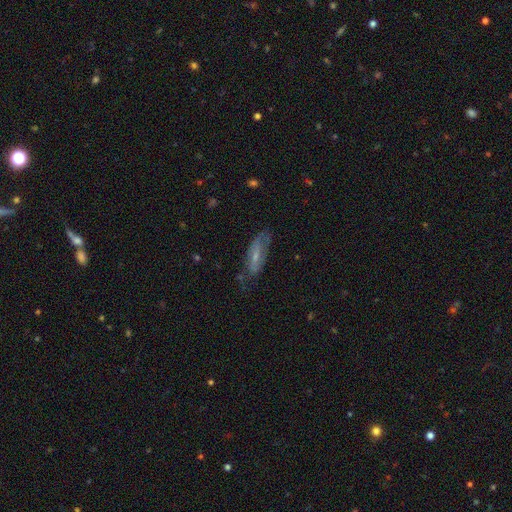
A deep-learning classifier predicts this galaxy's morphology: smooth_or_featured: featured or disk (p=0.57) [alt: smooth p=0.36]
disk_edge_on: no (p=0.76) [alt: yes p=0.24]
merging: none (p=0.60) [alt: minor disturbance p=0.25]